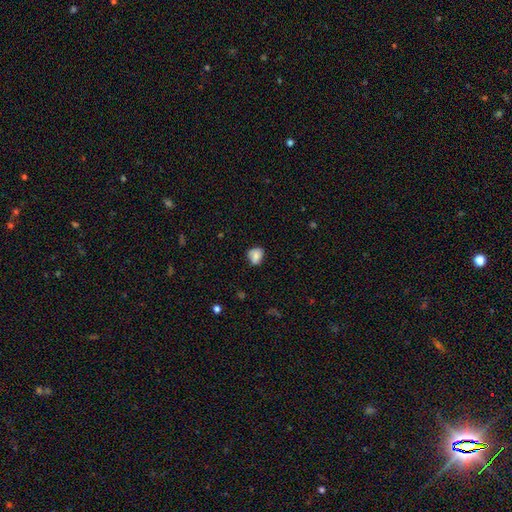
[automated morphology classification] type=smooth (77%); roundness=round (58%); merging=none (59%).